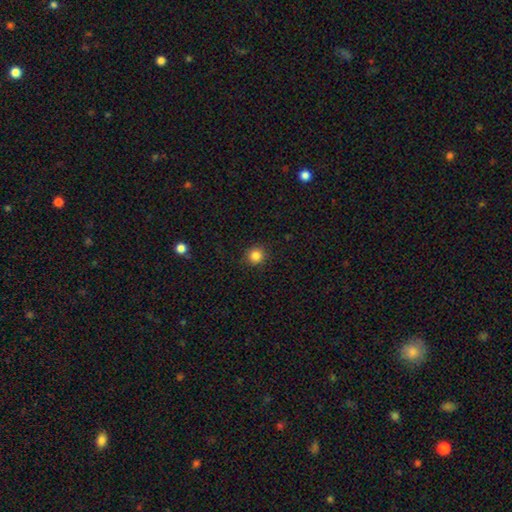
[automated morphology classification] smooth 86%, star or artifact 11%, featured or disk 3%. Down the decision tree: how rounded — round (93%); merging — none (89%).